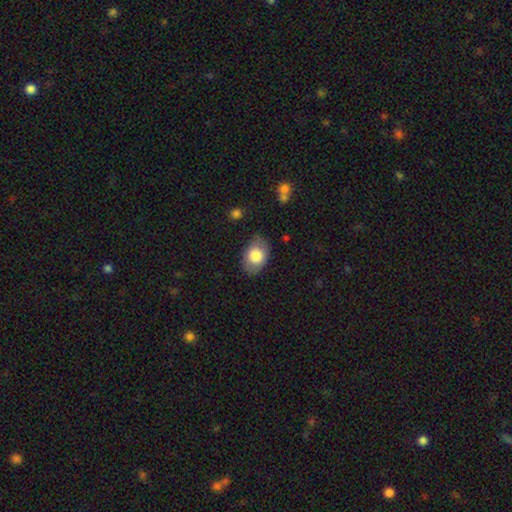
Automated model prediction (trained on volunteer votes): The model was most divided on "how rounded": in between: 81%, round: 18%, cigar-shaped: 1%. More confident: merging — none (80%); smooth or featured — smooth (79%).